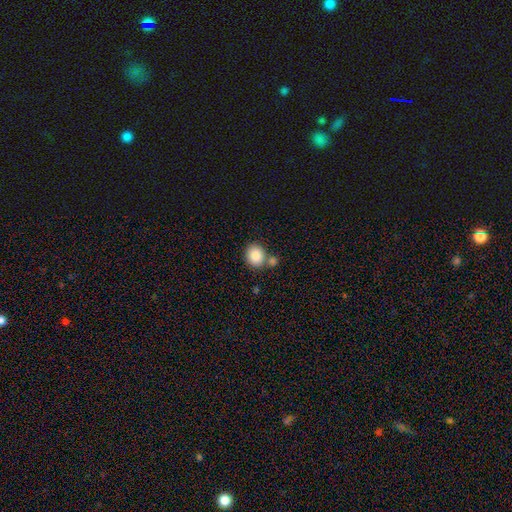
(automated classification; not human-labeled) The model was most divided on "merging": none: 61%, merger: 25%, minor disturbance: 11%, major disturbance: 3%. More confident: smooth or featured — smooth (86%); how rounded — round (73%).